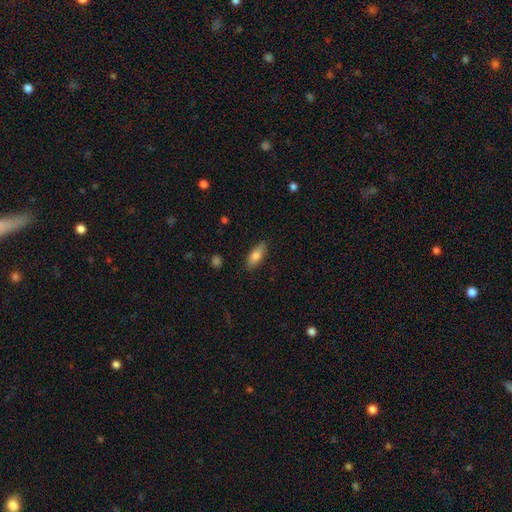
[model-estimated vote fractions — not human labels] A smooth galaxy with no disk features (77%) that is in between round and cigar-shaped (72%). Merging: none (85%).